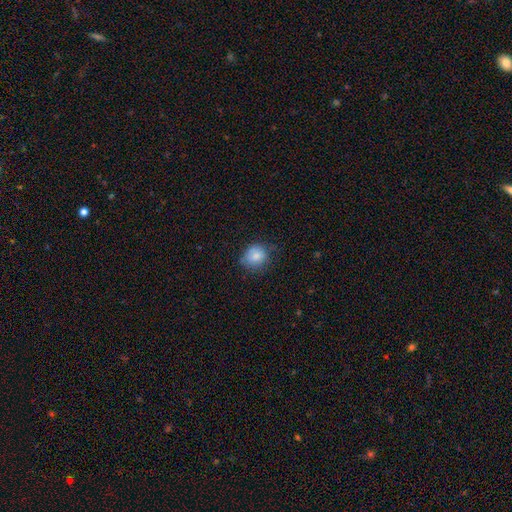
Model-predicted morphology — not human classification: smooth-or-featured: smooth: 81% | featured or disk: 10% | star or artifact: 8%
  how-rounded: round: 69% | in between: 30% | cigar-shaped: 1%
  merging: none: 63% | minor disturbance: 28% | major disturbance: 8% | merger: 1%